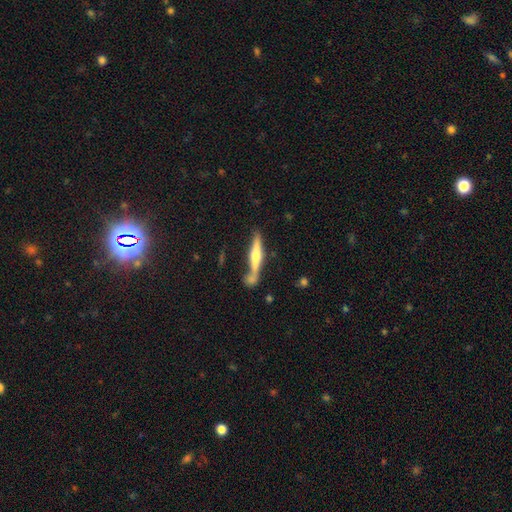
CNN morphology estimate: The model was most divided on "smooth or featured": featured or disk: 58%, smooth: 36%, star or artifact: 6%. More confident: edge-on disk — yes (96%); edge-on bulge — rounded (80%); merging — none (62%).